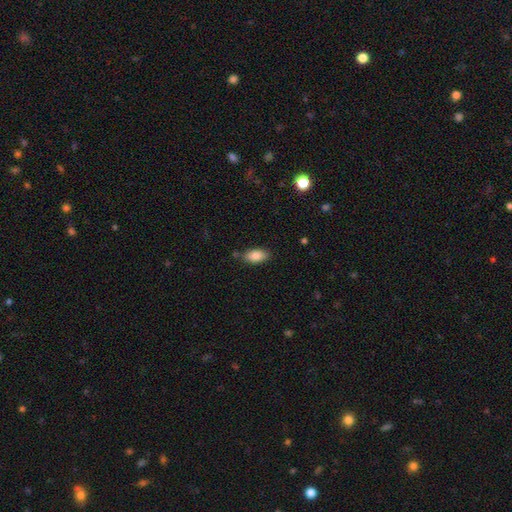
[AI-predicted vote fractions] Smooth or featured? smooth (87%)
How rounded? in between (92%)
Merging? none (77%)